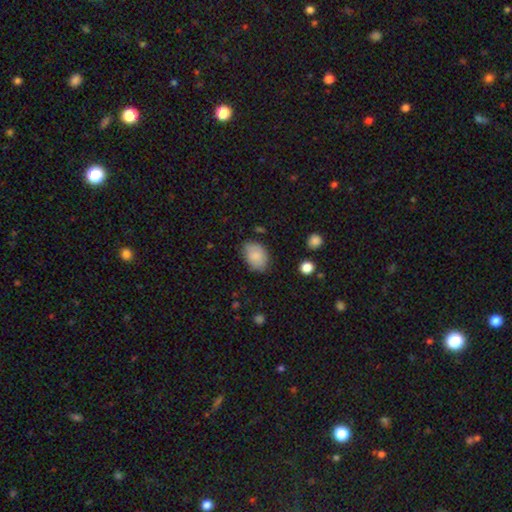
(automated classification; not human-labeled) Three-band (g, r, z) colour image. It shows a smooth galaxy with no disk features (84%) that is in between round and cigar-shaped (78%). Merging: none (72%).